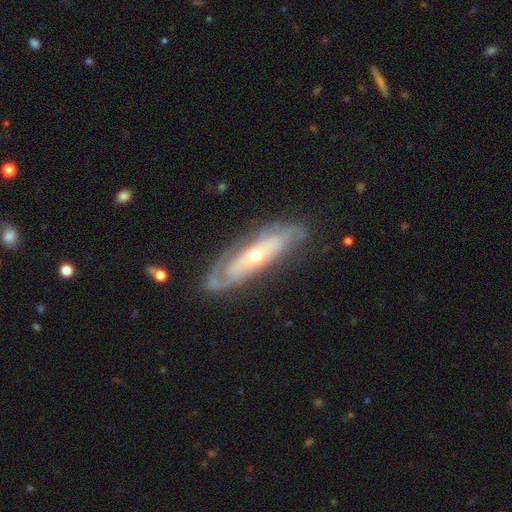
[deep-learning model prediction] A featured or disk galaxy (79%) with no bar (71%), spiral arms (76%) and a small central bulge (49%). Merging: none (73%).